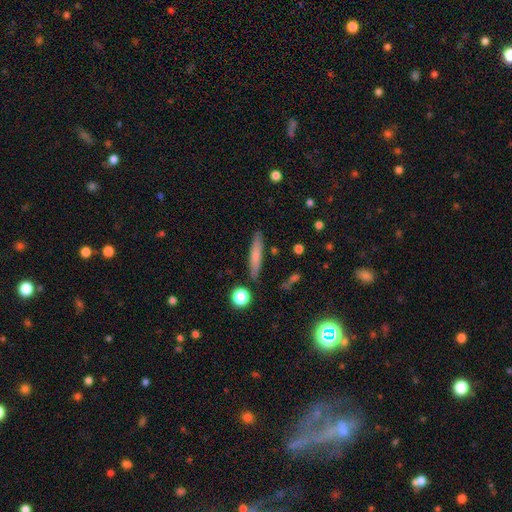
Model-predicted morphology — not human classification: type=smooth (68%); roundness=cigar-shaped (89%); merging=none (86%).